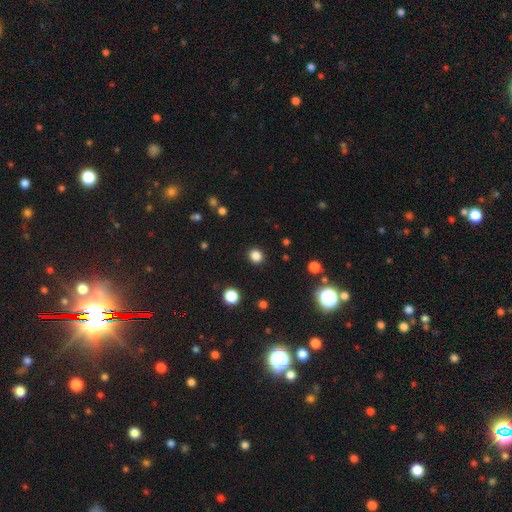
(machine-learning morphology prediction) smooth-or-featured: smooth: 83% | star or artifact: 13% | featured or disk: 3%
  how-rounded: round: 86% | in between: 14% | cigar-shaped: 1%
  merging: none: 91% | minor disturbance: 5% | major disturbance: 2% | merger: 1%